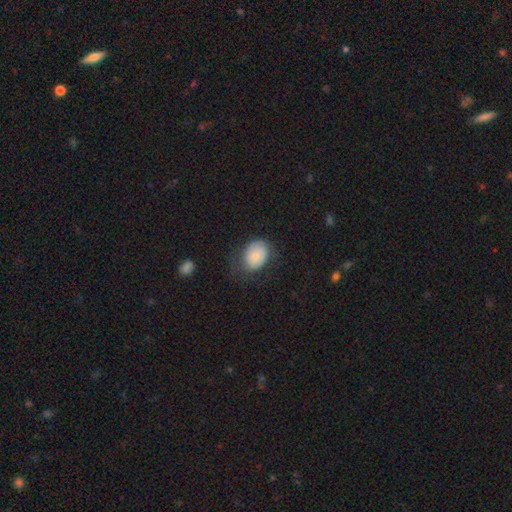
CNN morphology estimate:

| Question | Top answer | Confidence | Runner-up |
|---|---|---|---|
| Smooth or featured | smooth | 77% | featured or disk (16%) |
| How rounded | in between | 68% | round (31%) |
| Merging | none | 49% | minor disturbance (30%) |